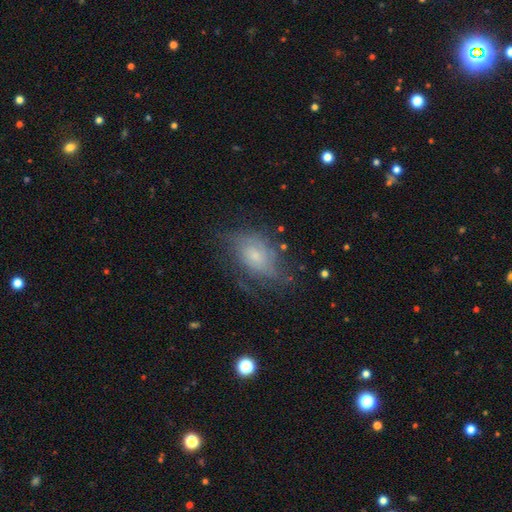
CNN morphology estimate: Smooth or featured? featured or disk (59%)
Edge-on disk? no (95%)
Bar? no (73%)
Spiral arms? yes (75%)
Bulge size? small (52%)
Merging? none (53%)